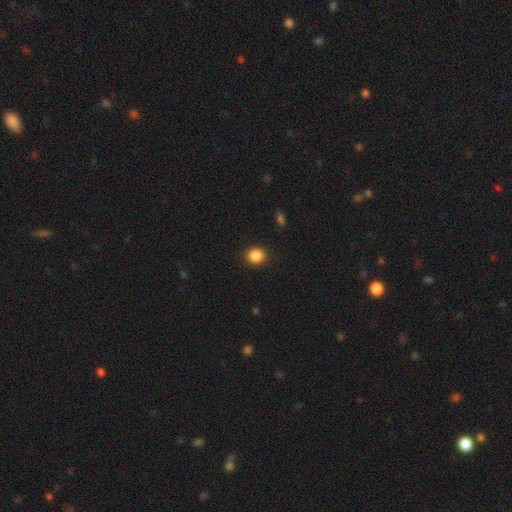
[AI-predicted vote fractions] A smooth galaxy with no disk features (87%) that is round (71%). Merging: none (90%).